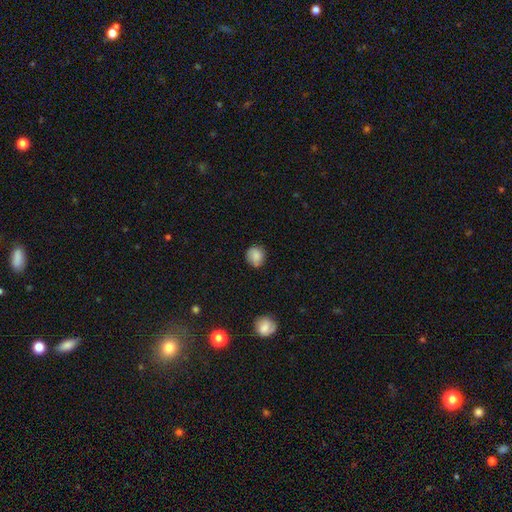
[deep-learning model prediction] Overall: smooth (84%). How rounded: round (80%). Merging: none (78%).